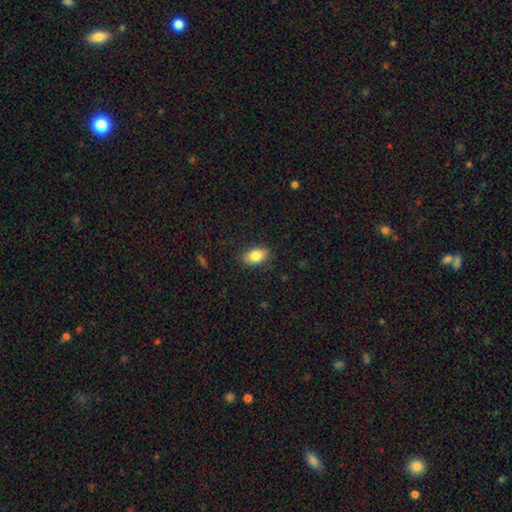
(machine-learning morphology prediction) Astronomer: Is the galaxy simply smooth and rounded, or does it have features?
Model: smooth — 84%.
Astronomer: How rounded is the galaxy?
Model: in between — 88%.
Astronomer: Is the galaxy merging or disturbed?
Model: none — 84%.